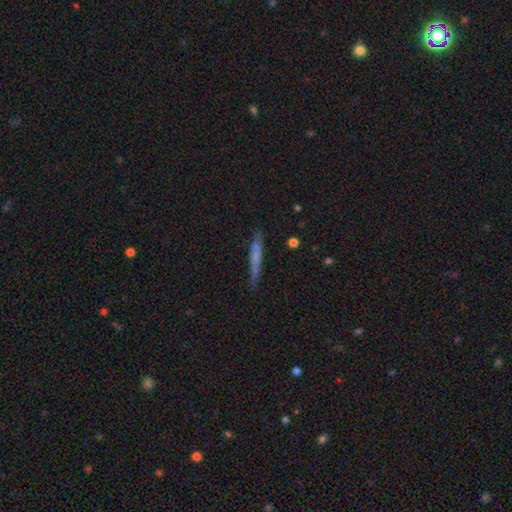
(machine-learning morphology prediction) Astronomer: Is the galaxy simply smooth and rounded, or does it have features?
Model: smooth — 52% (runner-up: featured or disk, 41%).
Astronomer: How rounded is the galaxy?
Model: cigar-shaped — 95%.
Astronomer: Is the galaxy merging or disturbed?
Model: none — 82%.